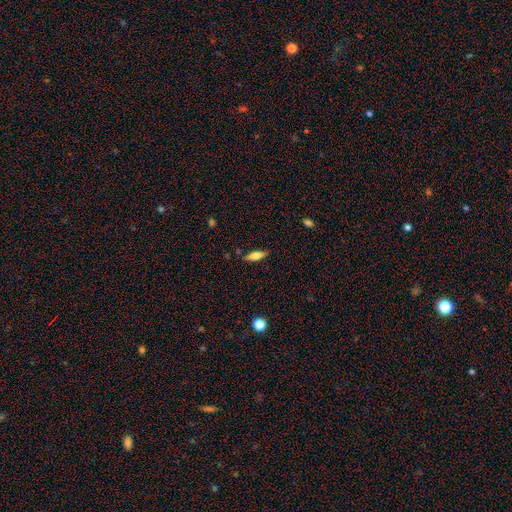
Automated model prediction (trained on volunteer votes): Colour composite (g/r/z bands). It shows a smooth galaxy with no disk features (65%) that is cigar-shaped (53%). Merging: none (85%).